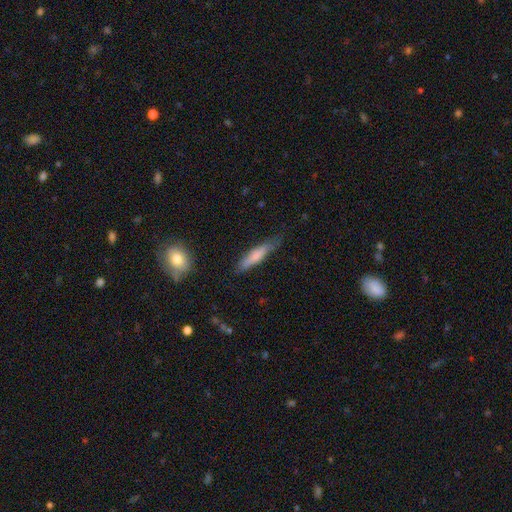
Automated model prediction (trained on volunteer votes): Morphology: type=smooth (69%); roundness=cigar-shaped (83%); merging=none (69%).